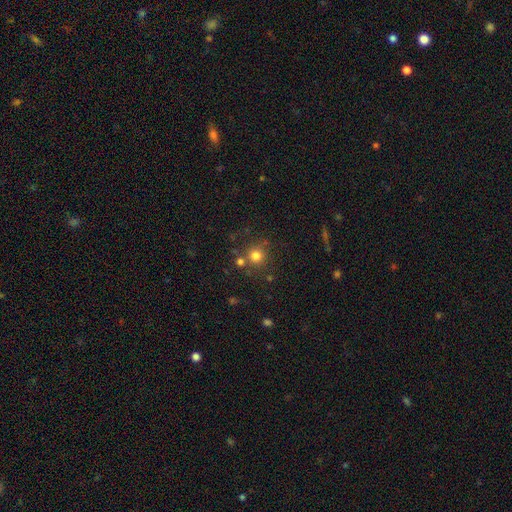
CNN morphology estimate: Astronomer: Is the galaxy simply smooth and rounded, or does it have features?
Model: smooth — 77%.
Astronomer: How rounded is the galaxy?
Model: round — 93%.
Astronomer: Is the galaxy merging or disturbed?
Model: none — 73%.